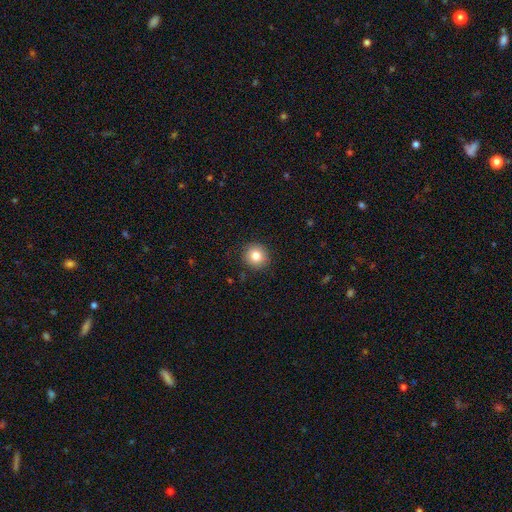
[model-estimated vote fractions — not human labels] A smooth galaxy with no disk features (83%) that is round (91%).

Vote fractions:
- Smooth or featured? smooth: 83% / star or artifact: 10% / featured or disk: 7%
- How rounded? round: 91% / in between: 9% / cigar-shaped: 1%
- Merging? none: 90% / minor disturbance: 7% / major disturbance: 2% / merger: 1%